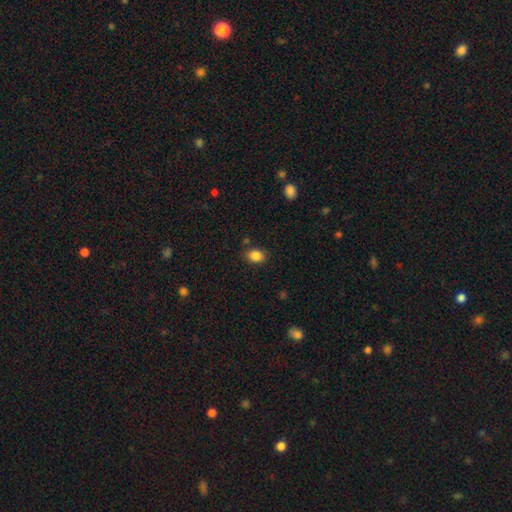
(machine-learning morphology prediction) smooth-or-featured: smooth: 86% | star or artifact: 10% | featured or disk: 5%
  how-rounded: in between: 69% | round: 30% | cigar-shaped: 1%
  merging: none: 82% | minor disturbance: 12% | major disturbance: 3% | merger: 2%